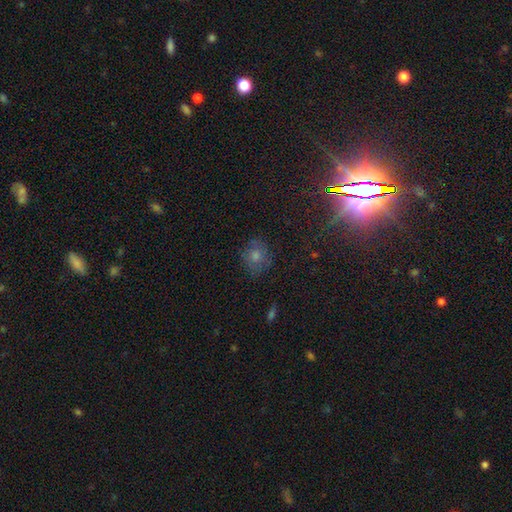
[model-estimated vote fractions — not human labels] Morphology: type=smooth (42%); merging=none (81%).